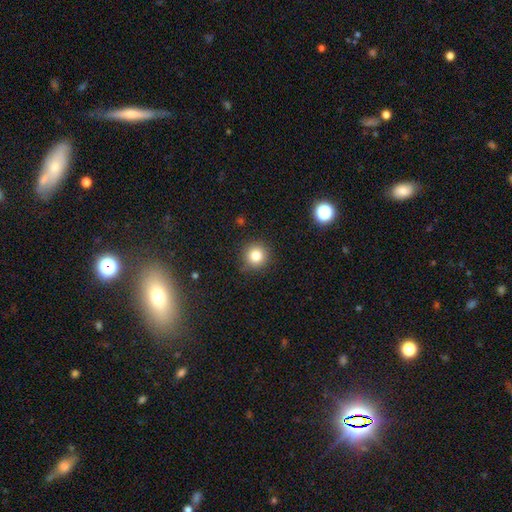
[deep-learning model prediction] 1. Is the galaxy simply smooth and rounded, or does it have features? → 81% smooth, 12% star or artifact, 7% featured or disk.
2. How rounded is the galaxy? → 94% round, 6% in between, 1% cigar-shaped.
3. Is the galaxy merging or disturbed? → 87% none, 9% minor disturbance, 3% major disturbance, 1% merger.